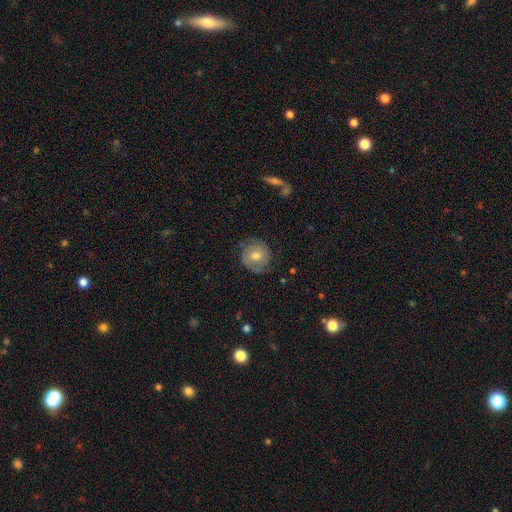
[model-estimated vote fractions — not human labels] A featured or disk galaxy (62%) with no bar (58%), 2 (70%) tight (54%) spiral arms (86%) and a moderate central bulge (67%).

Vote fractions:
- Smooth or featured? featured or disk: 62% / smooth: 29% / star or artifact: 9%
- Edge-on disk? no: 97% / yes: 3%
- Bar? no: 58% / weak: 35% / strong: 7%
- Spiral arms? yes: 86% / no: 14%
- Spiral winding? tight: 54% / medium: 35% / loose: 12%
- Spiral arm count? 2: 70% / can't tell: 18% / 3: 4% / 1: 4% / 4: 2% / more than 4: 2%
- Bulge size? moderate: 67% / small: 22% / large: 8% / none: 2% / dominant: 1%
- Merging? none: 77% / minor disturbance: 15% / major disturbance: 6% / merger: 1%